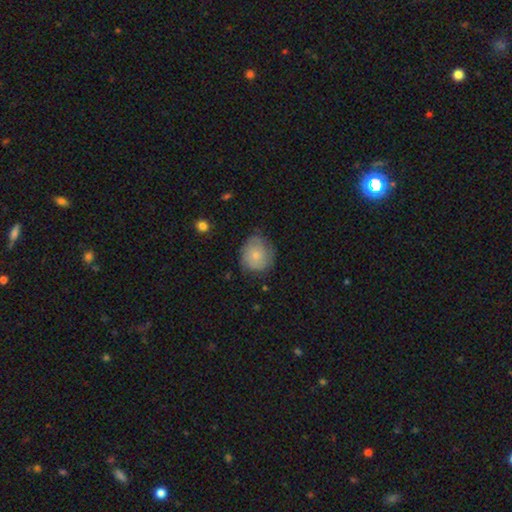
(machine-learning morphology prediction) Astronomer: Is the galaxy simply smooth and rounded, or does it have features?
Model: smooth — 74%.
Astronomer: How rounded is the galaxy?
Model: round — 81%.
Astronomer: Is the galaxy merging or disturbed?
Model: none — 64%.